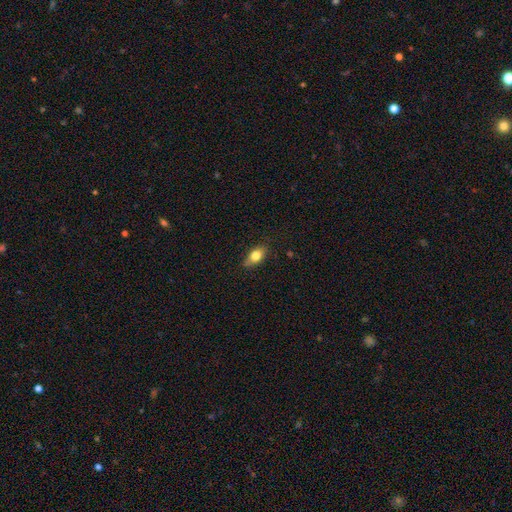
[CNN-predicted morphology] type=smooth (76%); roundness=in between (83%); merging=none (82%).